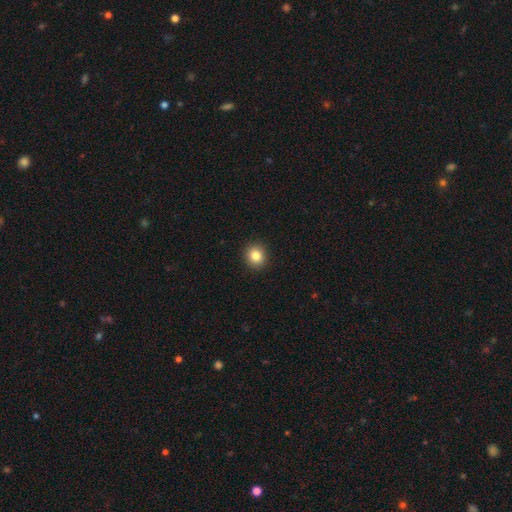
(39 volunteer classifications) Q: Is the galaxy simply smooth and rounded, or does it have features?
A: smooth — 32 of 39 (82%).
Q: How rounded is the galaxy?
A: round — 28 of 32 (88%).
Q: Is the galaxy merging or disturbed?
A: none — 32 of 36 (89%).